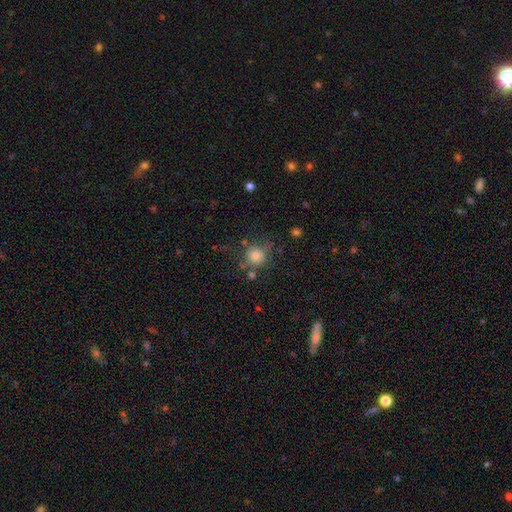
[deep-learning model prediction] smooth_or_featured: smooth (p=0.79) [alt: star or artifact p=0.12]
how_rounded: round (p=0.87) [alt: in between p=0.12]
merging: none (p=0.67) [alt: minor disturbance p=0.17]